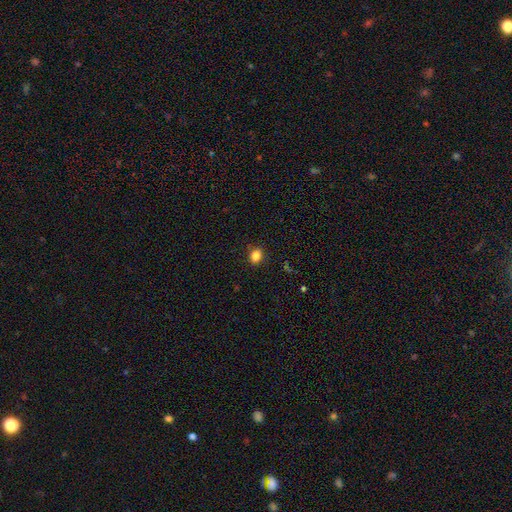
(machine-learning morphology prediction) The model was most divided on "how rounded": in between: 57%, round: 41%, cigar-shaped: 1%. More confident: merging — none (87%); smooth or featured — smooth (84%).